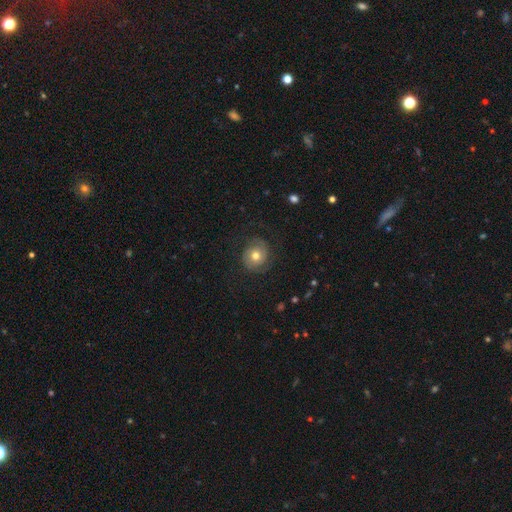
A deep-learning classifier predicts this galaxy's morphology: smooth-or-featured: featured or disk: 59% | smooth: 32% | star or artifact: 9%
  disk-edge-on: no: 97% | yes: 3%
    bar: no: 79% | weak: 17% | strong: 4%
    has-spiral-arms: yes: 86% | no: 14%
    bulge-size: moderate: 74% | small: 16% | large: 8% | dominant: 1% | none: 1%
  merging: none: 75% | minor disturbance: 14% | major disturbance: 10% | merger: 1%